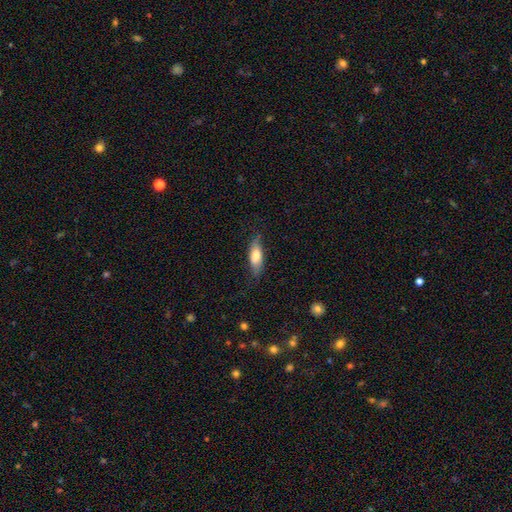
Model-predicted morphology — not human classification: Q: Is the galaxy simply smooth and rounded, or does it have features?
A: smooth — 72%.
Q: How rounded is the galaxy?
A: in between — 66%.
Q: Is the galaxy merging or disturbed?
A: none — 70%.